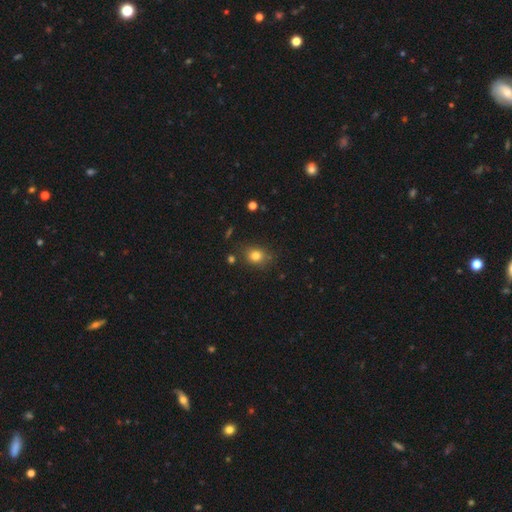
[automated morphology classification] Smooth or featured? smooth (80%)
How rounded? round (59%)
Merging? none (78%)